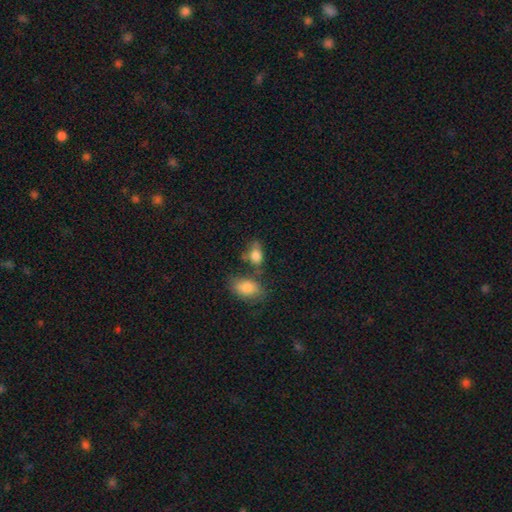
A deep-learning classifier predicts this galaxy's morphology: A smooth galaxy with no disk features (80%) that is in between round and cigar-shaped (80%). Merging: none (45%).